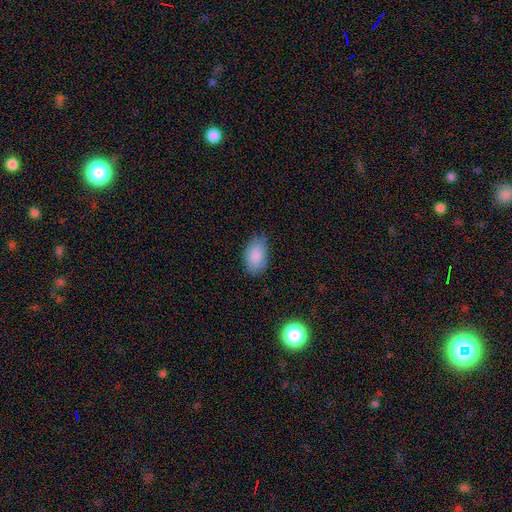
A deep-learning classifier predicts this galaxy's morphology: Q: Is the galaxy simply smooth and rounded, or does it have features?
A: smooth — 86%.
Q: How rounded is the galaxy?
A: in between — 93%.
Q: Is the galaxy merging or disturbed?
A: none — 75%.